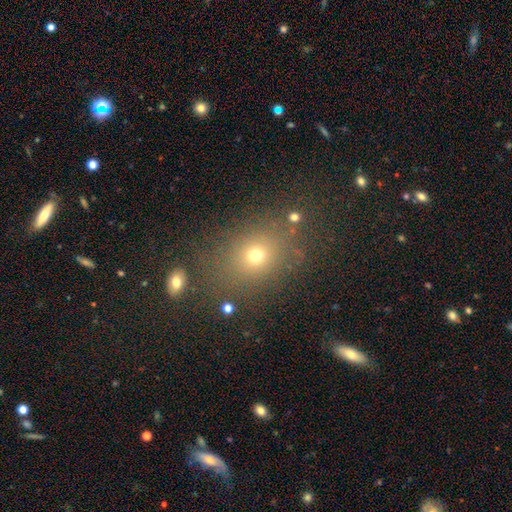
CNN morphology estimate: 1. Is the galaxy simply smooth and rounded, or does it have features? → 68% smooth, 21% star or artifact, 11% featured or disk.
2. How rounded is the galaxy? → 50% round, 49% in between, 2% cigar-shaped.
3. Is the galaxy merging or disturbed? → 77% none, 12% minor disturbance, 6% major disturbance, 5% merger.